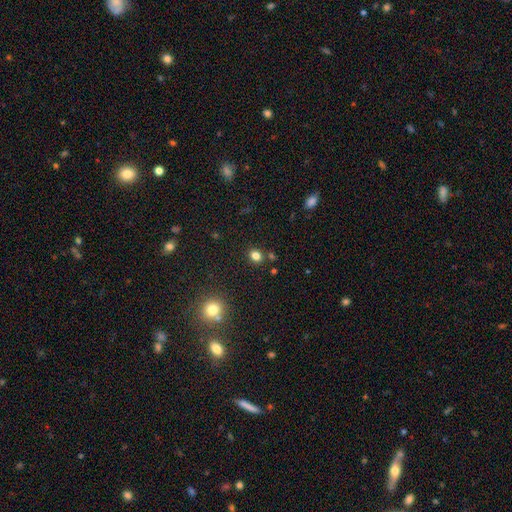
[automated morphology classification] This appears to be a smooth galaxy with no disk features (80%) that is round (64%). Merging: none (83%).